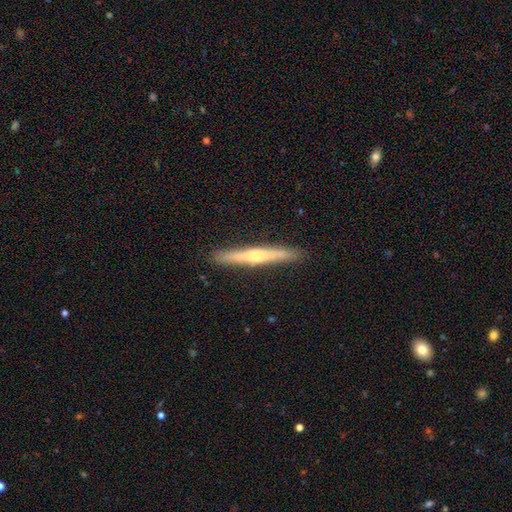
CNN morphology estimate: A featured or disk galaxy (59%) viewed edge-on (96%) with a rounded central bulge (73%).

Vote fractions:
- Smooth or featured? featured or disk: 59% / smooth: 36% / star or artifact: 6%
- Edge-on disk? yes: 96% / no: 4%
- Edge-on bulge? rounded: 73% / none: 22% / boxy: 5%
- Merging? none: 91% / minor disturbance: 7% / major disturbance: 1% / merger: 1%